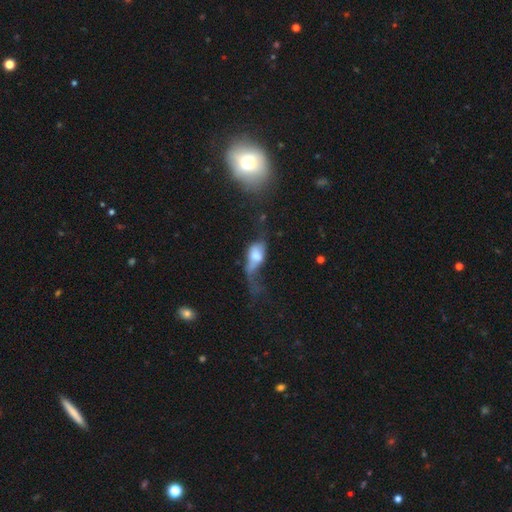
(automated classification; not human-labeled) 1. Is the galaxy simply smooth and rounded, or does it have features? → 53% smooth, 37% featured or disk, 10% star or artifact.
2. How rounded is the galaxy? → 79% in between, 13% round, 8% cigar-shaped.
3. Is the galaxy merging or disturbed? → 57% major disturbance, 16% minor disturbance, 15% none, 12% merger.